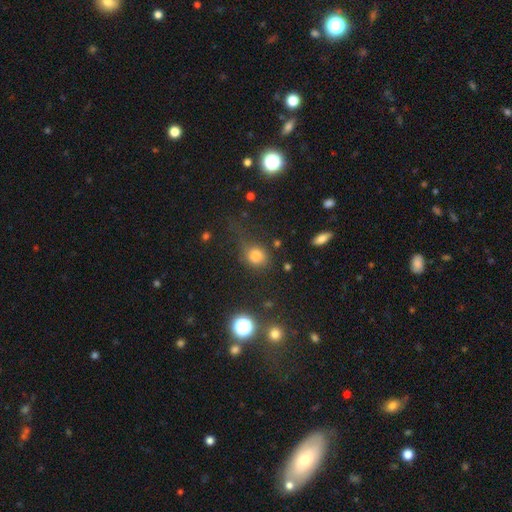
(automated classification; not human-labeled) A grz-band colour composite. It shows a smooth galaxy with no disk features (77%) that is round (69%). Merging: none (56%).